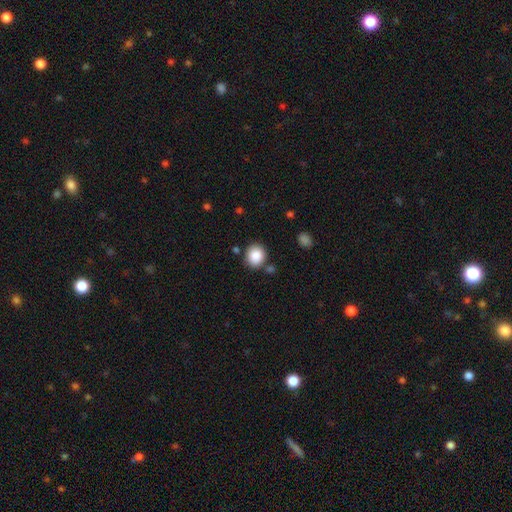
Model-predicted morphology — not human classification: smooth-or-featured: smooth: 87% | star or artifact: 9% | featured or disk: 4%
  how-rounded: round: 78% | in between: 21% | cigar-shaped: 1%
  merging: none: 80% | minor disturbance: 11% | merger: 7% | major disturbance: 3%